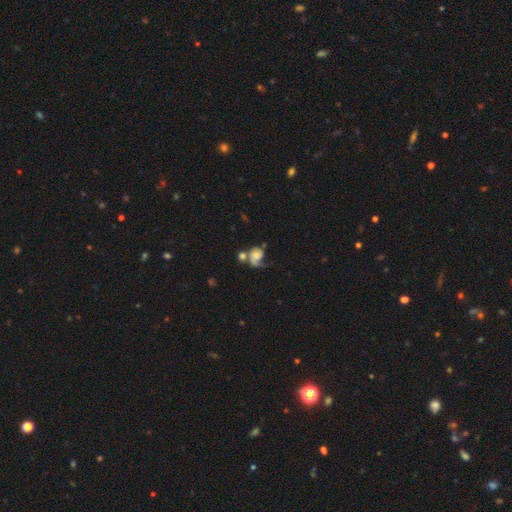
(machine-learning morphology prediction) smooth-or-featured: featured or disk: 54% | smooth: 36% | star or artifact: 10%
  disk-edge-on: no: 97% | yes: 3%
    bar: no: 77% | weak: 19% | strong: 4%
    has-spiral-arms: yes: 82% | no: 18%
    bulge-size: none: 27% | small: 25% | moderate: 23% | large: 18% | dominant: 7%
  merging: merger: 31% | major disturbance: 30% | none: 23% | minor disturbance: 15%